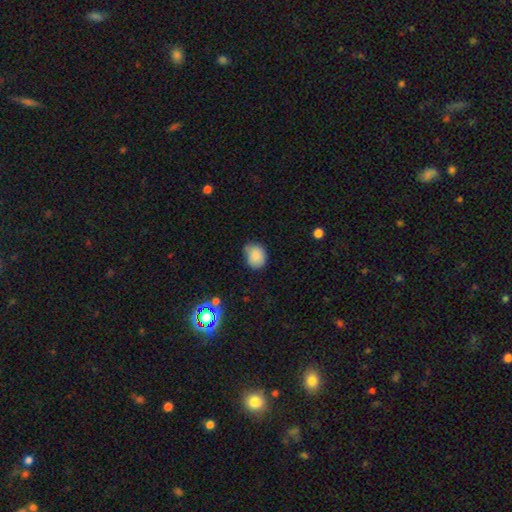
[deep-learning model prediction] This is clearly a smooth galaxy (84%). How rounded: possibly round (58%). Merging: likely none (62%).